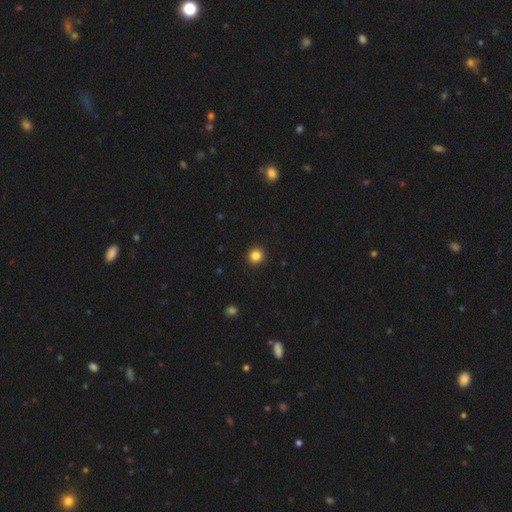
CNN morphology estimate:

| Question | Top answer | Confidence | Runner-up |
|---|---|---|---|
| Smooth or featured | smooth | 84% | star or artifact (11%) |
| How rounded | round | 95% | in between (4%) |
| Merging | none | 93% | minor disturbance (4%) |